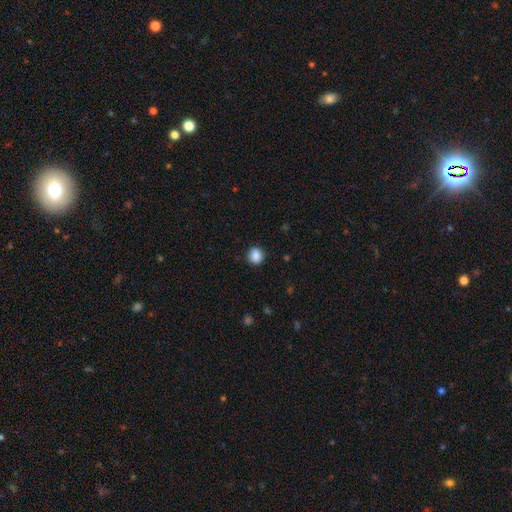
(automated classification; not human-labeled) Smooth or featured: smooth — 88% (star or artifact — 9%)
How rounded: round — 80% (in between — 19%)
Merging: none — 88% (minor disturbance — 8%)